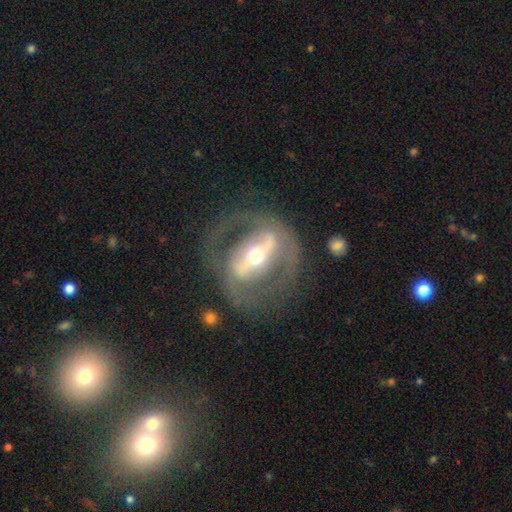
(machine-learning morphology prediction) Smooth or featured? featured or disk (83%)
Edge-on disk? no (87%)
Bar? strong (75%)
Spiral arms? no (54%)
Bulge size? moderate (67%)
Merging? none (72%)